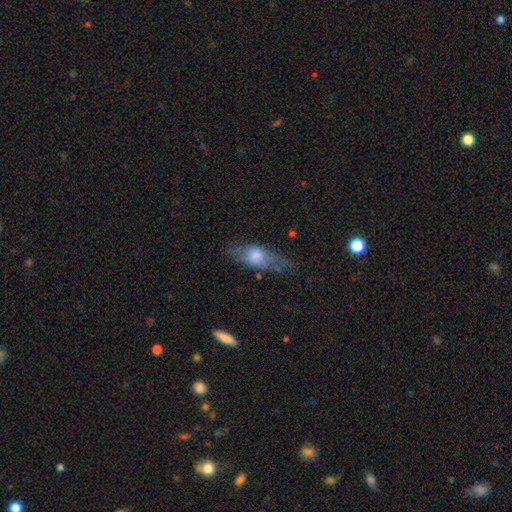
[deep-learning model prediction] Overall: smooth (55%; featured or disk 37%). How rounded: in between (60%; cigar-shaped 34%). Merging: none (59%; minor disturbance 27%).